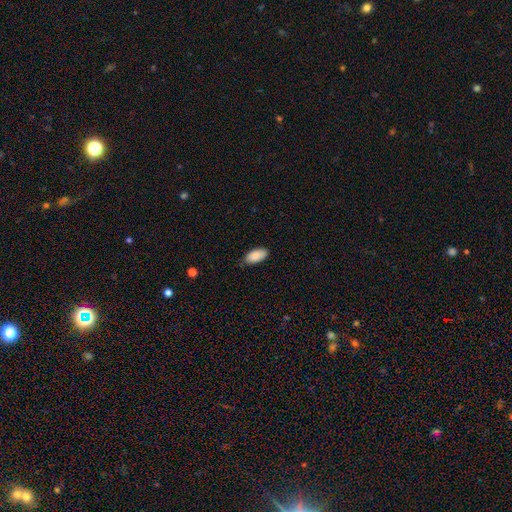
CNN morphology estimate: The model was most divided on "merging": none: 78%, minor disturbance: 18%, major disturbance: 2%, merger: 1%. More confident: how rounded — in between (93%); smooth or featured — smooth (89%).